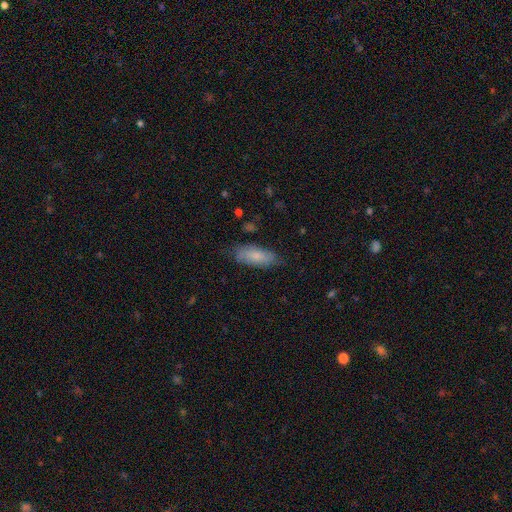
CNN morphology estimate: smooth-or-featured: smooth: 76% | featured or disk: 18% | star or artifact: 6%
  how-rounded: in between: 74% | cigar-shaped: 24% | round: 2%
  merging: none: 73% | minor disturbance: 21% | major disturbance: 4% | merger: 1%